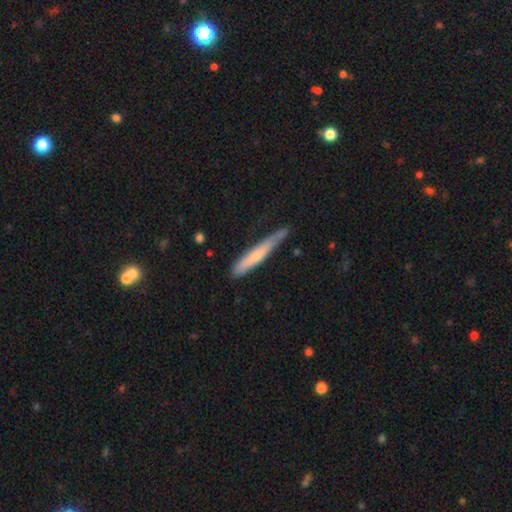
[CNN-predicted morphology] Smooth or featured?
  - smooth: 60% *
  - featured or disk: 34%
  - star or artifact: 5%
How rounded?
  - cigar-shaped: 95% *
  - in between: 4%
  - round: 1%
Merging?
  - none: 64% *
  - minor disturbance: 29%
  - major disturbance: 5%
  - merger: 3%